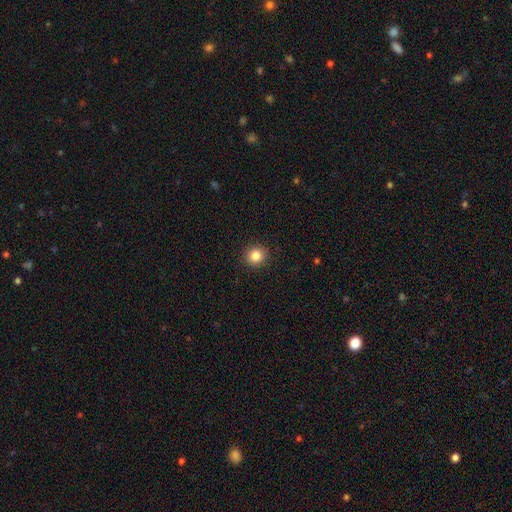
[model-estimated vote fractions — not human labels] This is clearly a smooth galaxy (83%). How rounded: clearly round (87%). Merging: clearly none (92%).